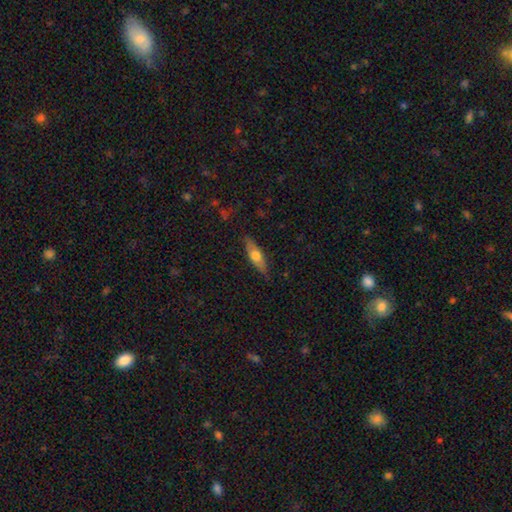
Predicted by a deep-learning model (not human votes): A smooth galaxy with no disk features (55%) that is cigar-shaped (54%). Merging: none (85%).